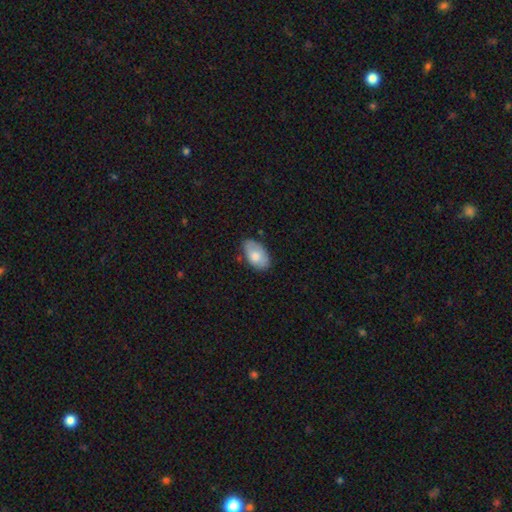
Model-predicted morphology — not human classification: This appears to be a smooth galaxy with no disk features (73%) that is in between round and cigar-shaped (93%). Merging: none (71%).